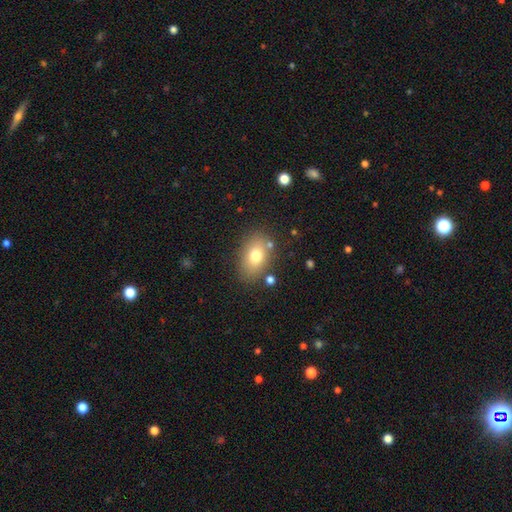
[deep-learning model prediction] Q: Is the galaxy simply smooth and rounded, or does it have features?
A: smooth — 74%.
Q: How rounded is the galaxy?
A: in between — 82%.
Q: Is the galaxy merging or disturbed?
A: none — 79%.